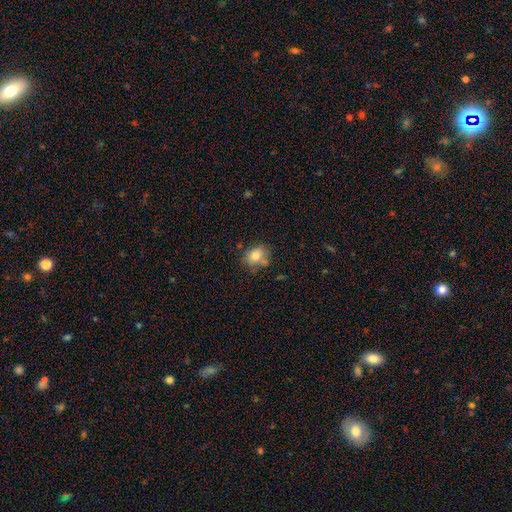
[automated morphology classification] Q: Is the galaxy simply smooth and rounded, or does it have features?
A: smooth — 77%.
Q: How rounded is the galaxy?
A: in between — 54%.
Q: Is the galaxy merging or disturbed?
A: none — 63%.